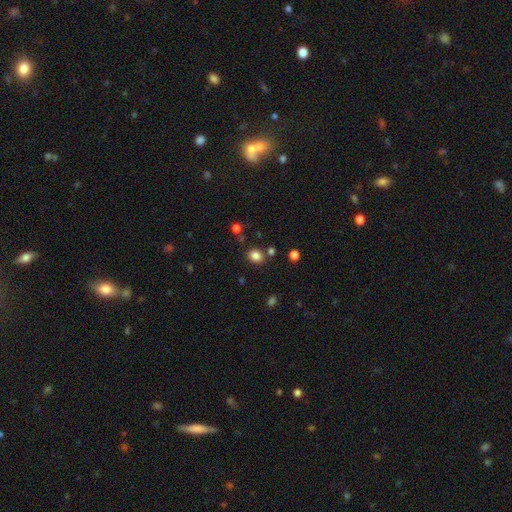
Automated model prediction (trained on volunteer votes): This appears to be a smooth galaxy with no disk features (83%) that is round (60%). Merging: none (79%).